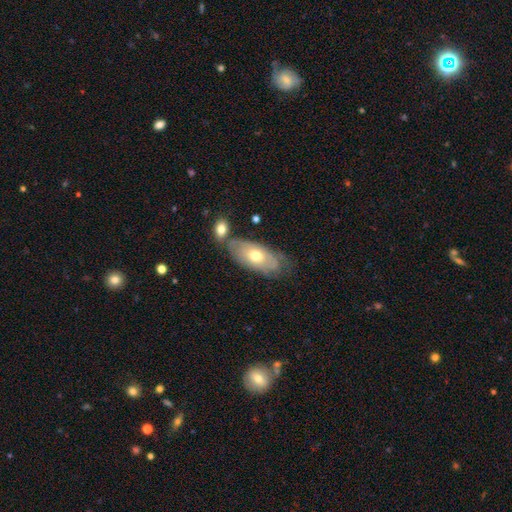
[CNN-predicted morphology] smooth-or-featured: smooth: 52% | featured or disk: 42% | star or artifact: 6%
  how-rounded: in between: 88% | cigar-shaped: 8% | round: 4%
  merging: none: 57% | minor disturbance: 22% | merger: 14% | major disturbance: 7%